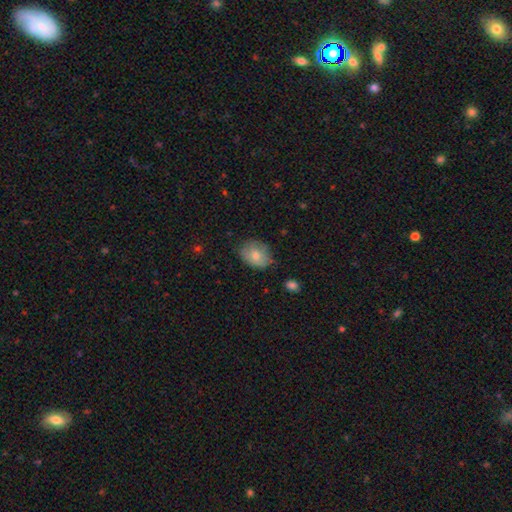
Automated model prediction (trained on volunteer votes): smooth 70%, featured or disk 21%, star or artifact 9%. Down the decision tree: how rounded — in between (58%); merging — none (73%).